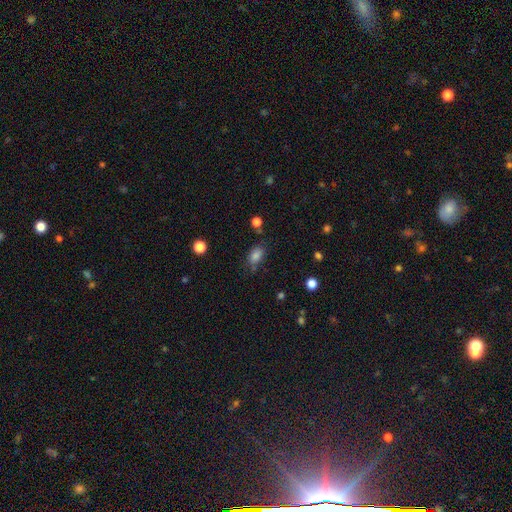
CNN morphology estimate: Smooth or featured? Predicted: smooth (p=0.82). How rounded? Predicted: in between (p=0.86). Merging? Predicted: none (p=0.70).